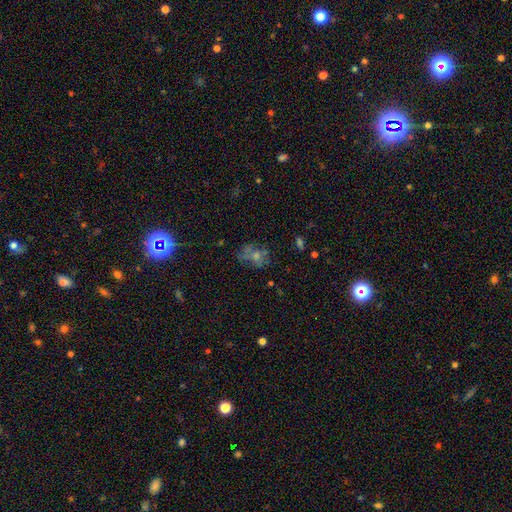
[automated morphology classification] Smooth or featured? star or artifact (42%)